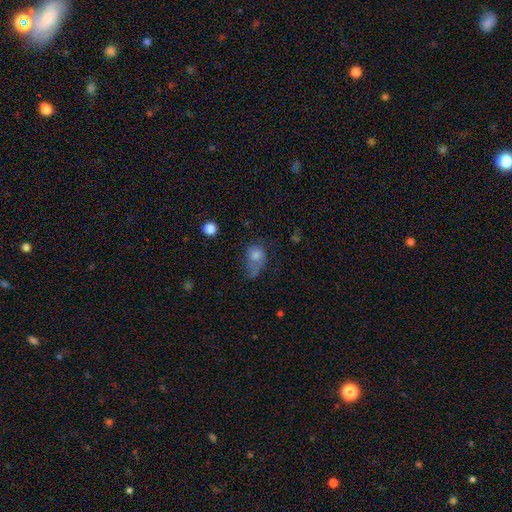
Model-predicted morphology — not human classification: smooth_or_featured: smooth (p=0.61) [alt: featured or disk p=0.24]
how_rounded: round (p=0.55) [alt: in between p=0.44]
merging: none (p=0.35) [alt: major disturbance p=0.32]